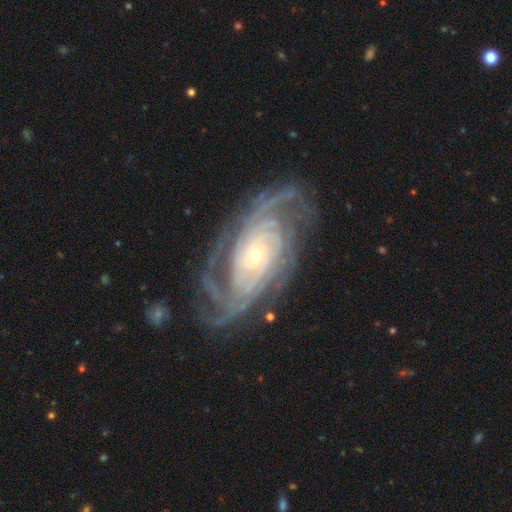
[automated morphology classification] Smooth or featured: featured or disk — 91% (star or artifact — 5%)
Edge-on disk: no — 96% (yes — 4%)
Bar: no — 74% (weak — 17%)
Spiral arms: yes — 98% (no — 2%)
Spiral winding: tight — 69% (medium — 26%)
Spiral arm count: 4 — 25% (more than 4 — 19%)
Bulge size: small — 73% (moderate — 22%)
Merging: none — 74% (minor disturbance — 16%)